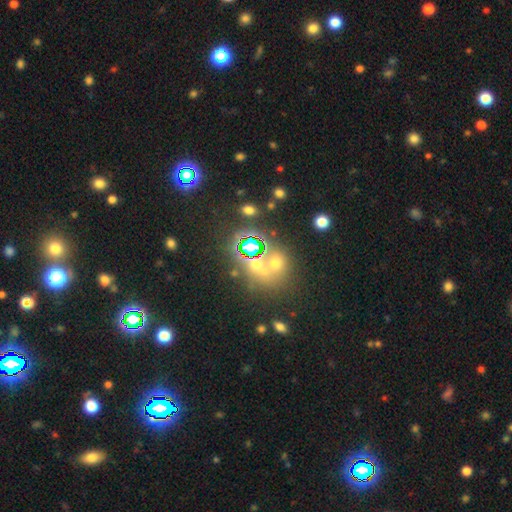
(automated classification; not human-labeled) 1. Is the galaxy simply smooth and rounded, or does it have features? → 57% star or artifact, 29% smooth, 14% featured or disk.